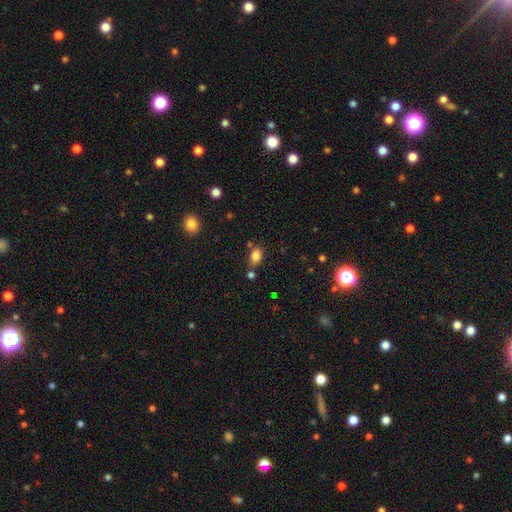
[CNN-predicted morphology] Smooth or featured: smooth — 84% (star or artifact — 11%)
How rounded: in between — 77% (round — 21%)
Merging: none — 70% (minor disturbance — 14%)